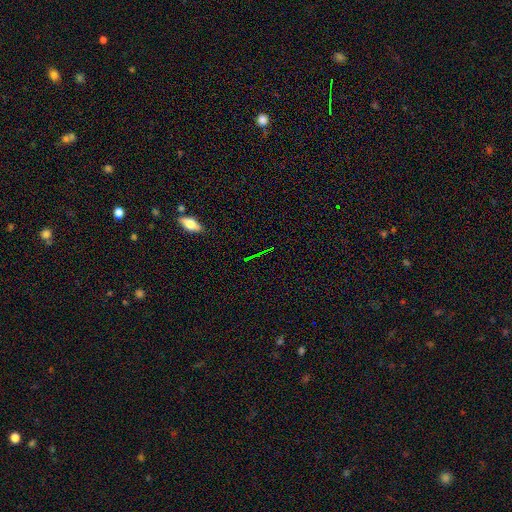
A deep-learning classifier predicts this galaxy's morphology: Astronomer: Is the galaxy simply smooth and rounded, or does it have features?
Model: star or artifact — 55%.